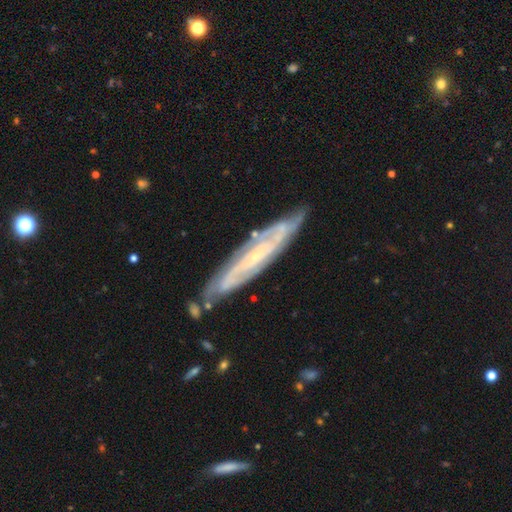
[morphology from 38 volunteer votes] Smooth or featured? featured or disk (76%)
Edge-on disk? no (83%)
Bar? no (50%)
Spiral arms? yes (96%)
Spiral winding? medium (52%)
Spiral arm count? 2 (78%)
Bulge size? small (83%)
Merging? none (77%)